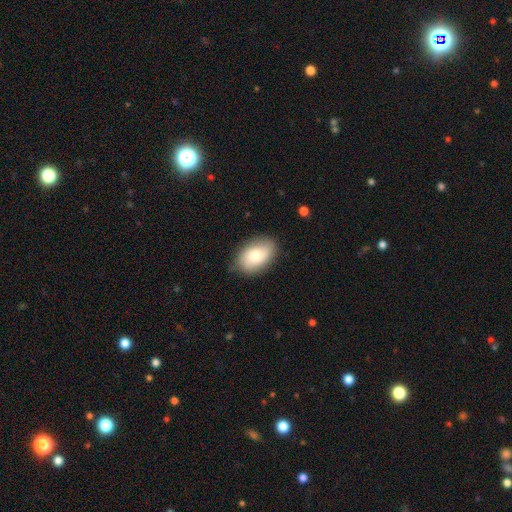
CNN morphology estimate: The model was most divided on "smooth or featured": smooth: 75%, featured or disk: 18%, star or artifact: 7%. More confident: how rounded — in between (89%); merging — none (81%).